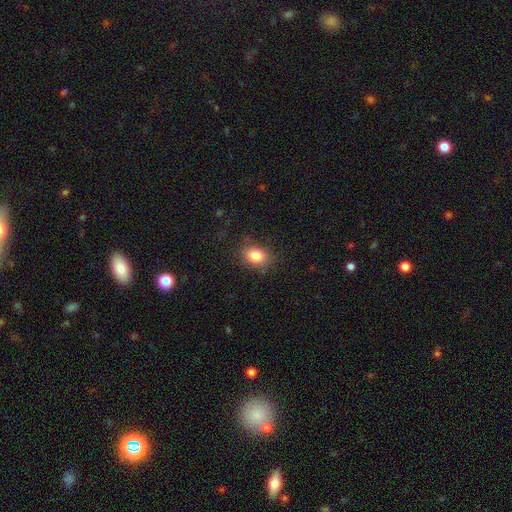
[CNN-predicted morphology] Smooth or featured? smooth (83%)
How rounded? in between (65%)
Merging? none (81%)